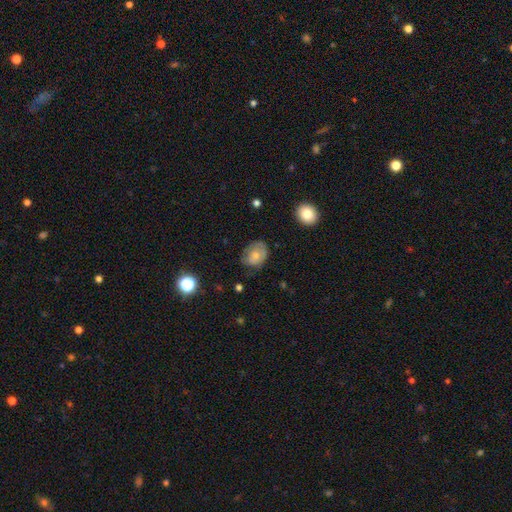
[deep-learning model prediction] smooth-or-featured: smooth: 61% | featured or disk: 30% | star or artifact: 9%
  how-rounded: in between: 59% | round: 40% | cigar-shaped: 1%
  merging: none: 56% | minor disturbance: 31% | major disturbance: 12% | merger: 2%